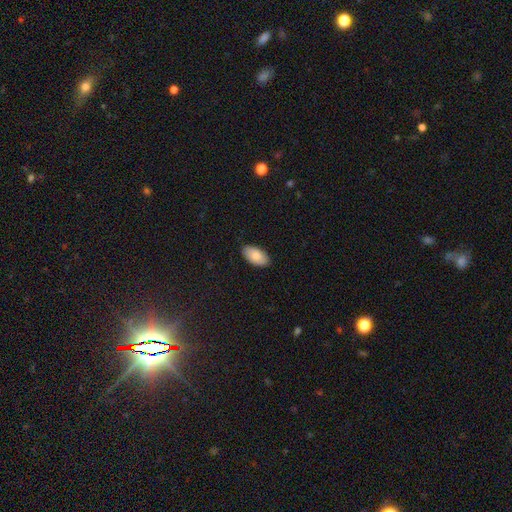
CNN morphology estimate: This appears to be a smooth galaxy with no disk features (85%) that is in between round and cigar-shaped (95%). Merging: none (87%).